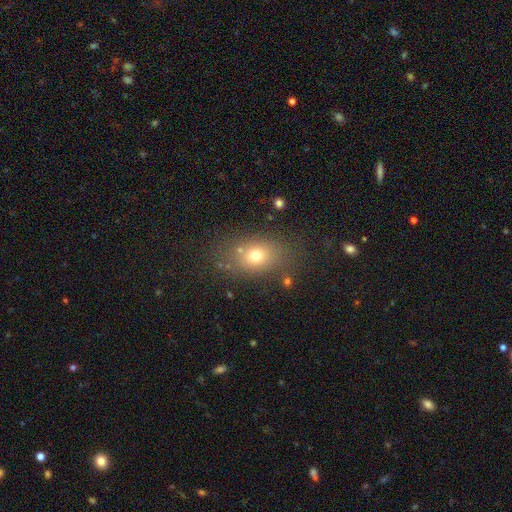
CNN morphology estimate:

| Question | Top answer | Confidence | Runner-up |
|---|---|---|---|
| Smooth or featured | smooth | 70% | star or artifact (16%) |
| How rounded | in between | 66% | round (32%) |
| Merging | none | 75% | minor disturbance (13%) |